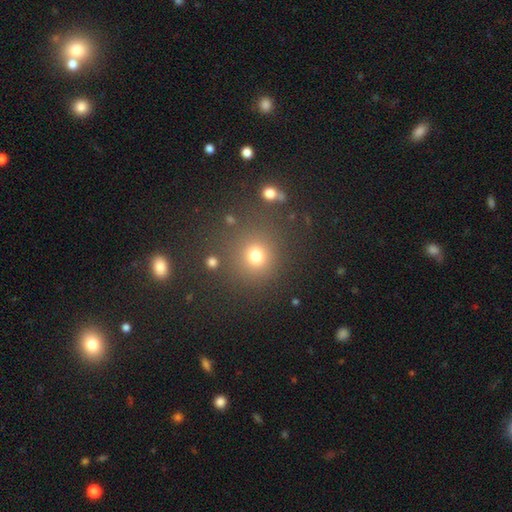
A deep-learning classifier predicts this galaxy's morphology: This is likely a smooth galaxy (74%). How rounded: clearly round (89%). Merging: likely none (78%).